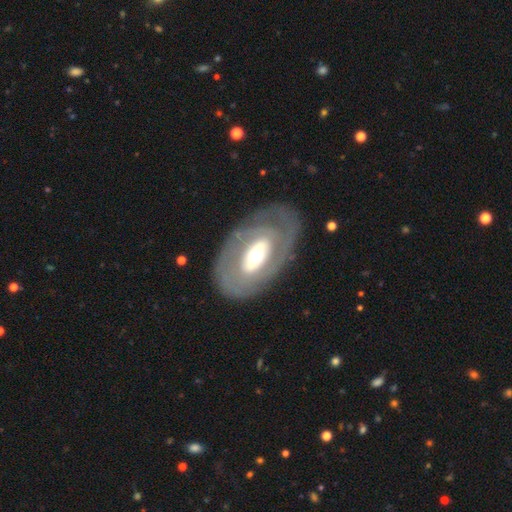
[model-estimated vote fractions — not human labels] Smooth or featured? featured or disk (69%)
Edge-on disk? no (92%)
Bar? no (53%)
Spiral arms? no (58%)
Bulge size? moderate (58%)
Merging? none (77%)